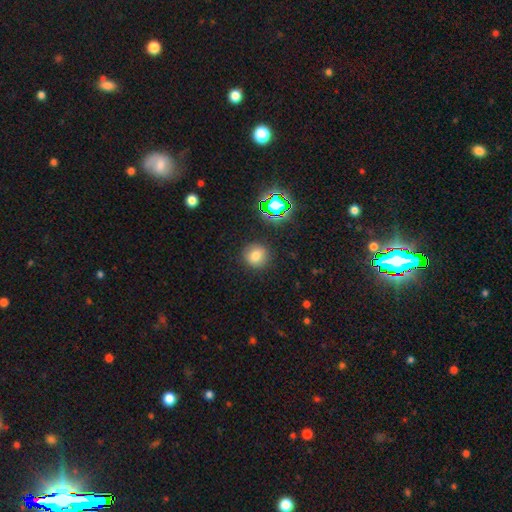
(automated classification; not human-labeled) Overall: smooth (74%). How rounded: round (89%). Merging: none (88%).